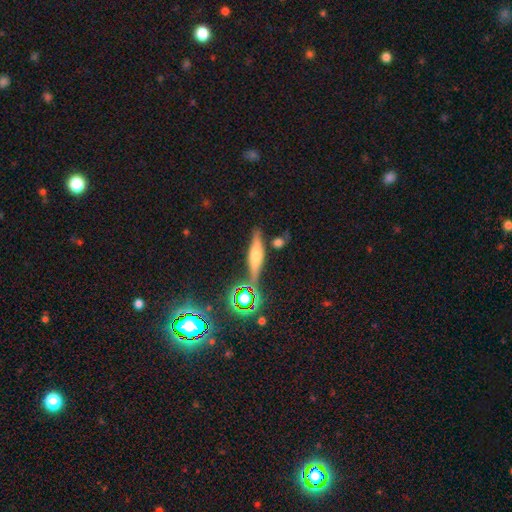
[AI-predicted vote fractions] Smooth or featured? featured or disk (50%)
Merging? none (77%)